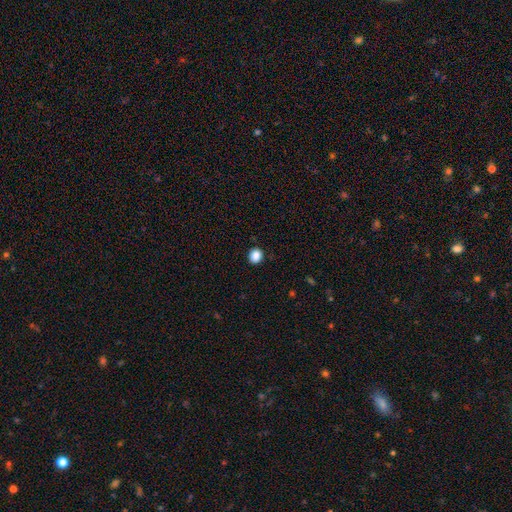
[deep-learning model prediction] Overall: smooth (87%). How rounded: round (73%). Merging: none (90%).